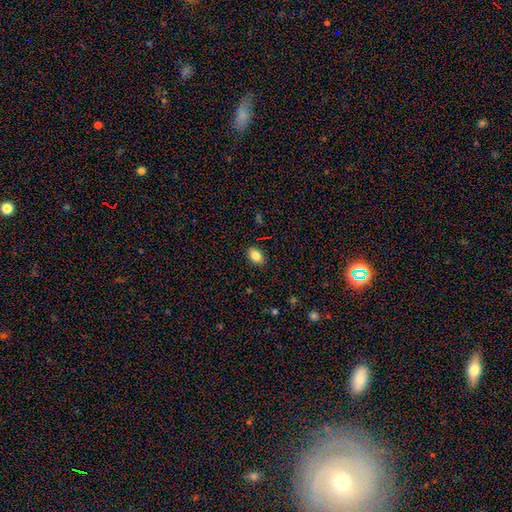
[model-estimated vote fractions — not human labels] Morphology: type=smooth (85%); roundness=in between (77%); merging=none (87%).